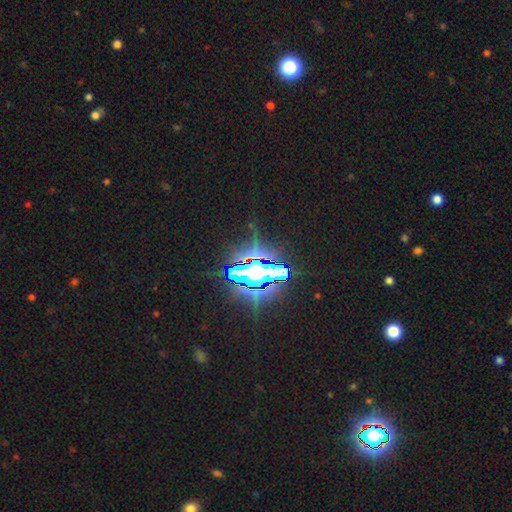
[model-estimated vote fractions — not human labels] Smooth or featured?
  - star or artifact: 75% *
  - featured or disk: 13%
  - smooth: 12%